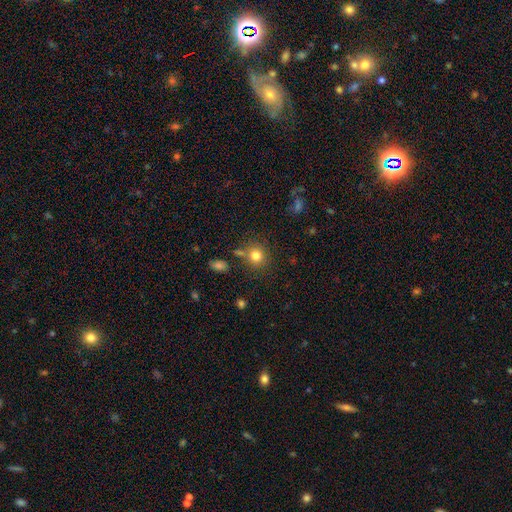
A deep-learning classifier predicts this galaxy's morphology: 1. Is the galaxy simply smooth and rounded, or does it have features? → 80% smooth, 12% star or artifact, 7% featured or disk.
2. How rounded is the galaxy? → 86% round, 13% in between, 1% cigar-shaped.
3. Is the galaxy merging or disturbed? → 77% none, 10% minor disturbance, 9% merger, 4% major disturbance.